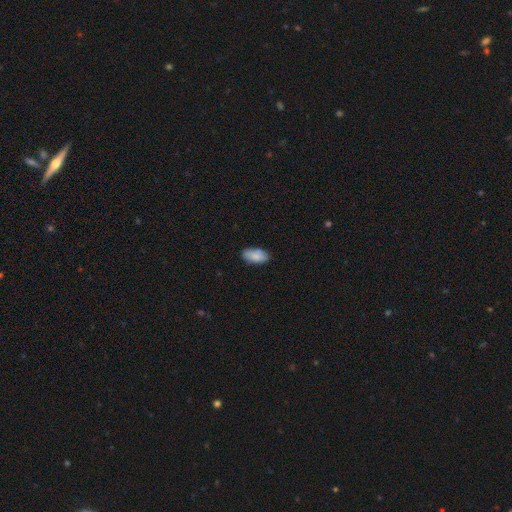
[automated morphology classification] smooth-or-featured: smooth: 87% | featured or disk: 6% | star or artifact: 6%
  how-rounded: in between: 93% | cigar-shaped: 4% | round: 2%
  merging: none: 85% | minor disturbance: 12% | major disturbance: 2% | merger: 1%